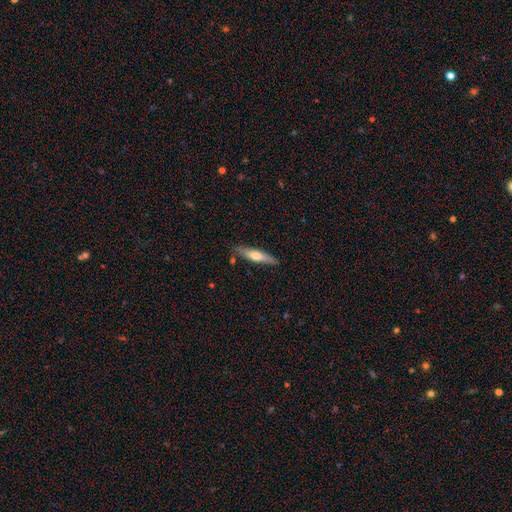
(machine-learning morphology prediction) Smooth or featured: smooth — 56% (featured or disk — 38%)
How rounded: cigar-shaped — 82% (in between — 17%)
Merging: none — 83% (minor disturbance — 12%)